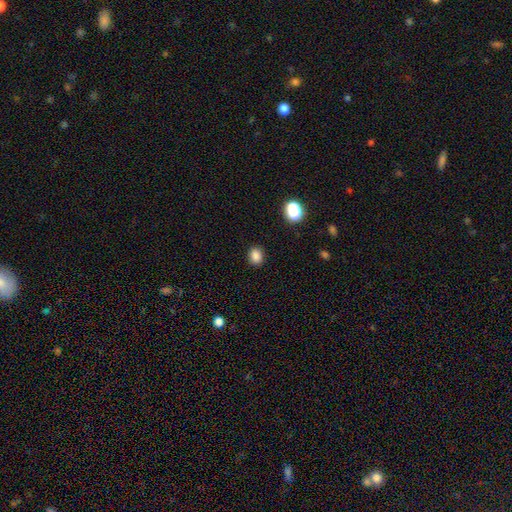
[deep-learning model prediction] This appears to be a smooth galaxy with no disk features (85%) that is round (53%). Merging: none (89%).